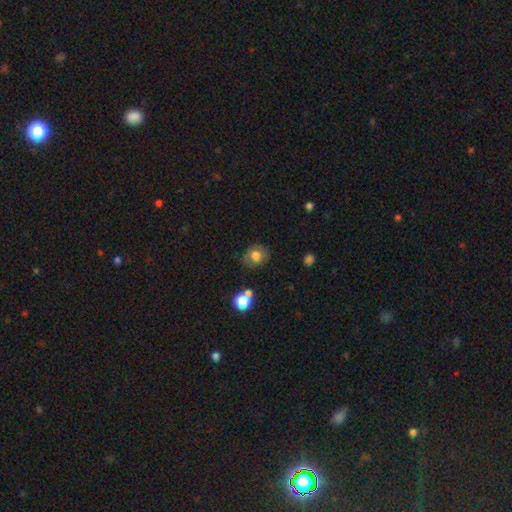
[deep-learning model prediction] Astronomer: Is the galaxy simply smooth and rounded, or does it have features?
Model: smooth — 75%.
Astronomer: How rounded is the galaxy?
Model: round — 74%.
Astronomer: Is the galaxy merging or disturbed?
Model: none — 77%.